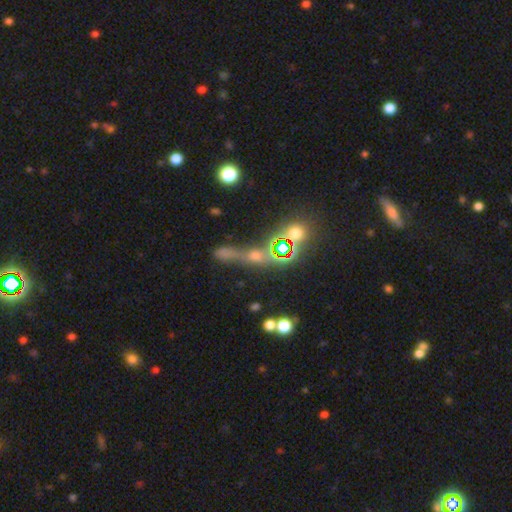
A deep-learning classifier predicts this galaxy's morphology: Smooth or featured: star or artifact — 43% (featured or disk — 29%)